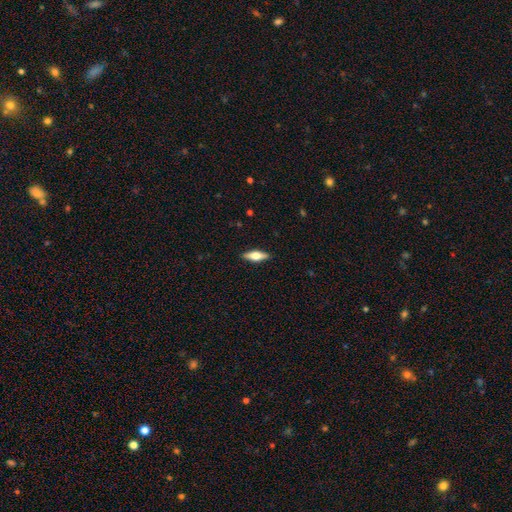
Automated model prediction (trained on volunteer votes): This appears to be a smooth galaxy with no disk features (47%, tied with featured or disk). Merging: none (89%).